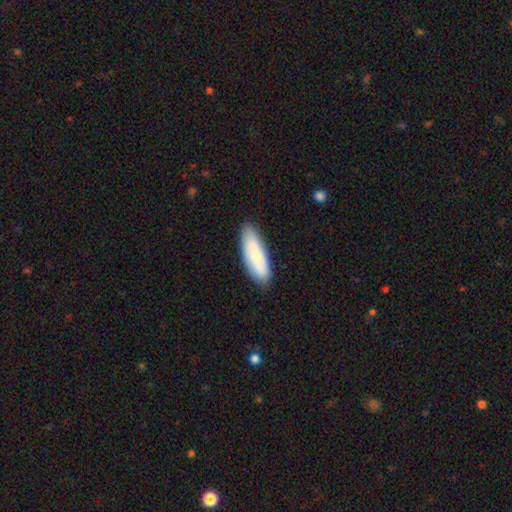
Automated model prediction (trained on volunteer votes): This is likely a smooth galaxy (65%). How rounded: likely in between (63%). Merging: clearly none (84%).